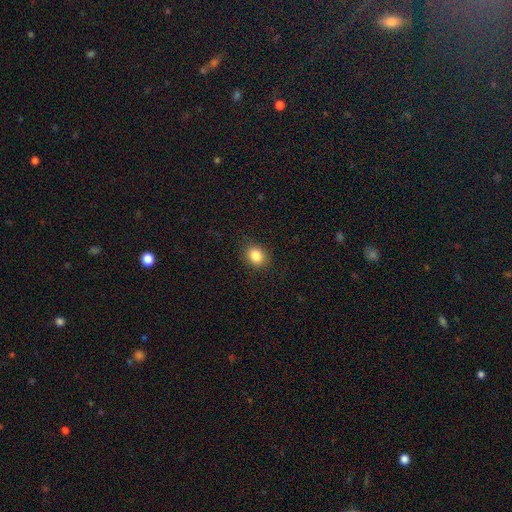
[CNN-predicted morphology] A smooth galaxy with no disk features (85%) that is round (57%). Merging: none (87%).